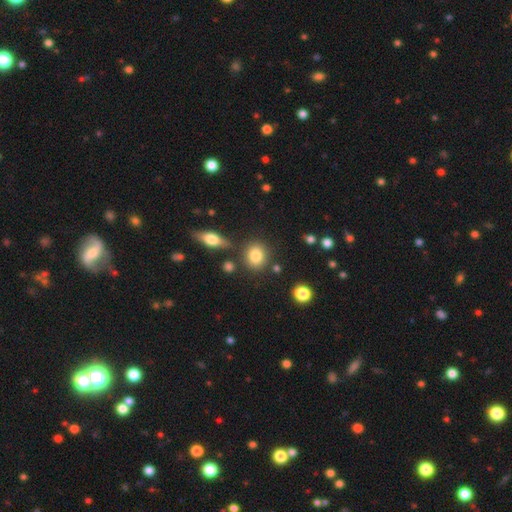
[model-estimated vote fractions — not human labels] Overall: smooth (82%). How rounded: round (68%; in between 30%). Merging: none (80%).